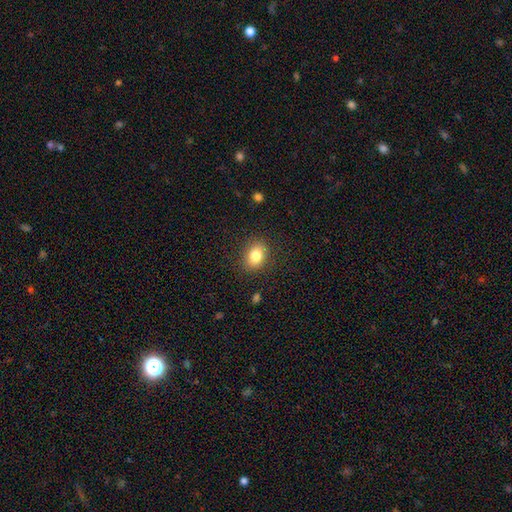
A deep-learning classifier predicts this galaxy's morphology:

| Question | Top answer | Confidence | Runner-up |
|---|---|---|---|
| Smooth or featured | smooth | 83% | star or artifact (9%) |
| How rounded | in between | 58% | round (41%) |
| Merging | none | 86% | minor disturbance (9%) |